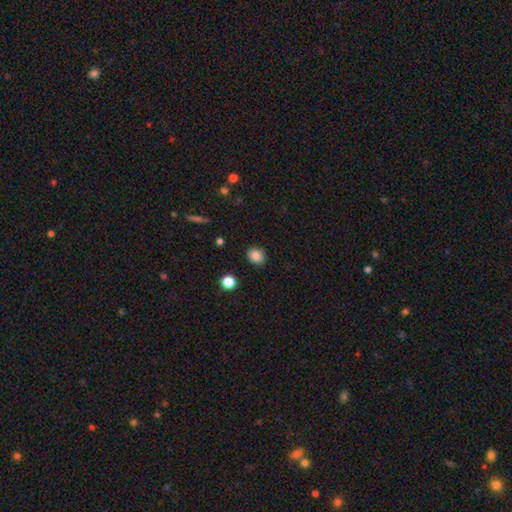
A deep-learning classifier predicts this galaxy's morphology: smooth_or_featured: smooth (p=0.85) [alt: star or artifact p=0.10]
how_rounded: in between (p=0.51) [alt: round p=0.48]
merging: none (p=0.88) [alt: minor disturbance p=0.08]